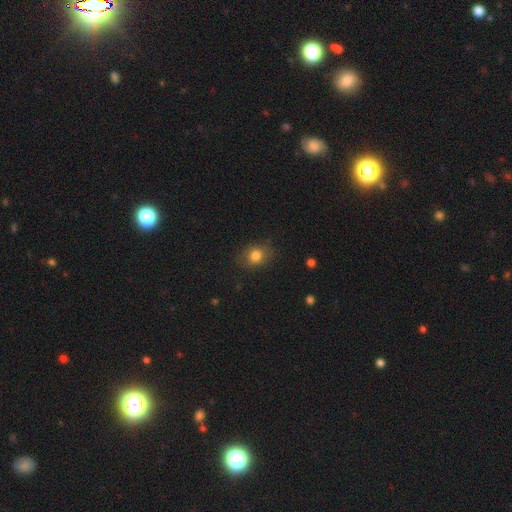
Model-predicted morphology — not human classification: Smooth or featured? smooth (80%)
How rounded? round (53%)
Merging? none (81%)